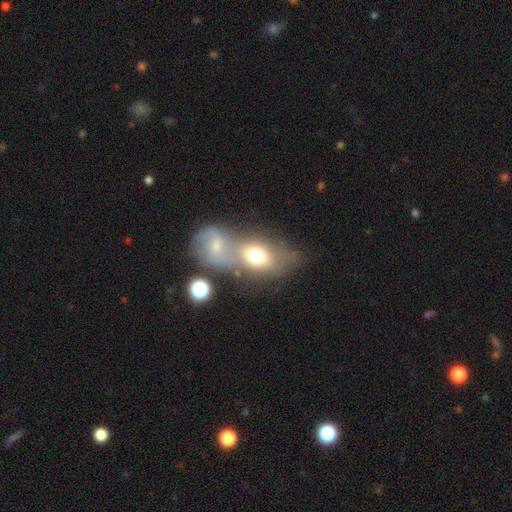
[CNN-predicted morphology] This appears to be a smooth galaxy with no disk features (65%) that is in between round and cigar-shaped (73%). Merging: merger (53%).